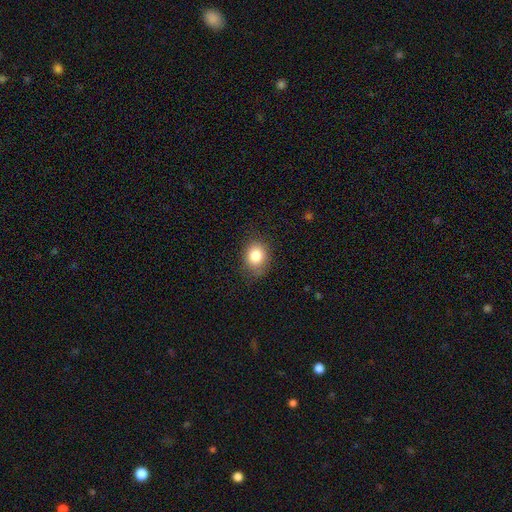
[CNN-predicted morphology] Smooth or featured?
  - smooth: 83% *
  - star or artifact: 10%
  - featured or disk: 7%
How rounded?
  - round: 54% *
  - in between: 45%
  - cigar-shaped: 1%
Merging?
  - none: 80% *
  - minor disturbance: 15%
  - major disturbance: 4%
  - merger: 1%